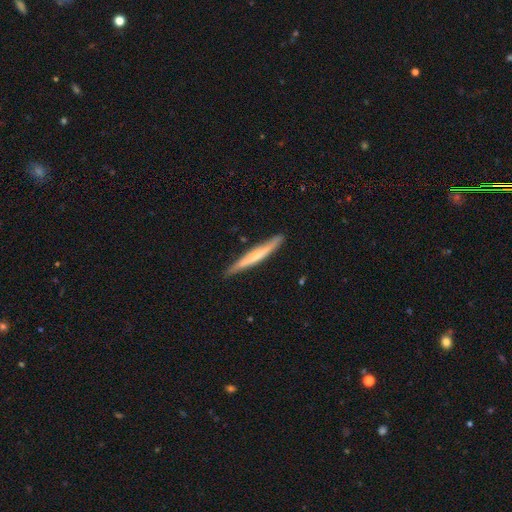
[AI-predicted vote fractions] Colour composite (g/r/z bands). It shows a featured or disk galaxy (55%) viewed edge-on (94%) with a rounded central bulge (48%). Merging: none (87%).